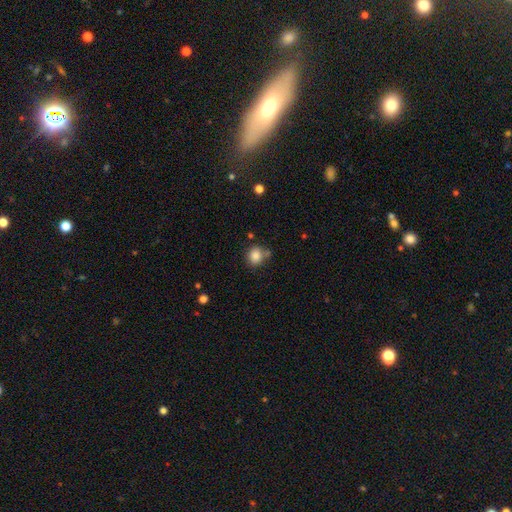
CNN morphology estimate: This is clearly a smooth galaxy (85%). How rounded: likely round (78%). Merging: likely none (69%).